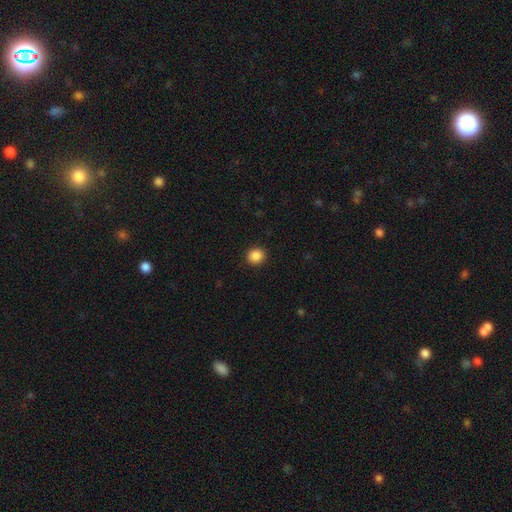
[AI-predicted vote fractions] Smooth or featured? smooth (88%)
How rounded? round (85%)
Merging? none (92%)